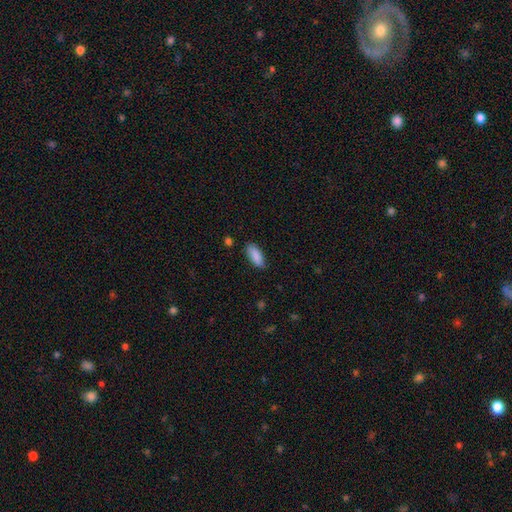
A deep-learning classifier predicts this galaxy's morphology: Q: Smooth or featured?
A: smooth (88%); runner-up: star or artifact (6%)
Q: How rounded?
A: in between (82%); runner-up: cigar-shaped (16%)
Q: Merging?
A: none (79%); runner-up: minor disturbance (16%)